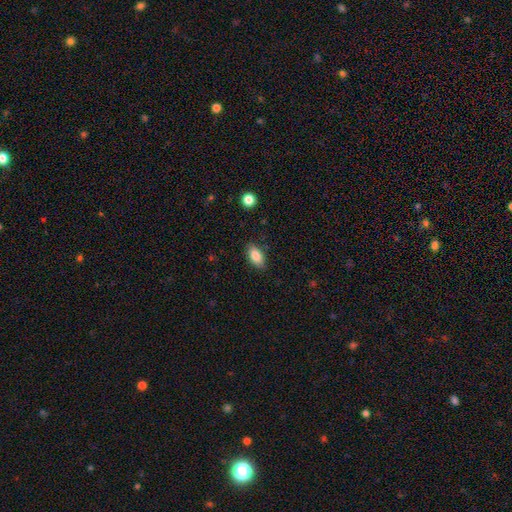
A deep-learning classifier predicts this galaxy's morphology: Smooth or featured: smooth — 85% (star or artifact — 7%)
How rounded: in between — 91% (cigar-shaped — 5%)
Merging: none — 85% (minor disturbance — 11%)